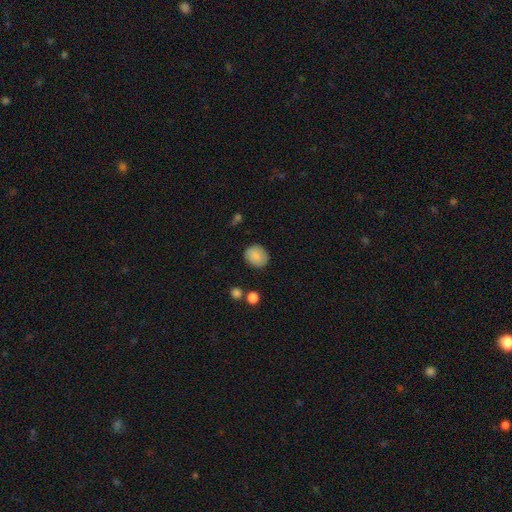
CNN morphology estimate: smooth 81%, featured or disk 11%, star or artifact 8%. Down the decision tree: how rounded — round (68%); merging — none (83%).